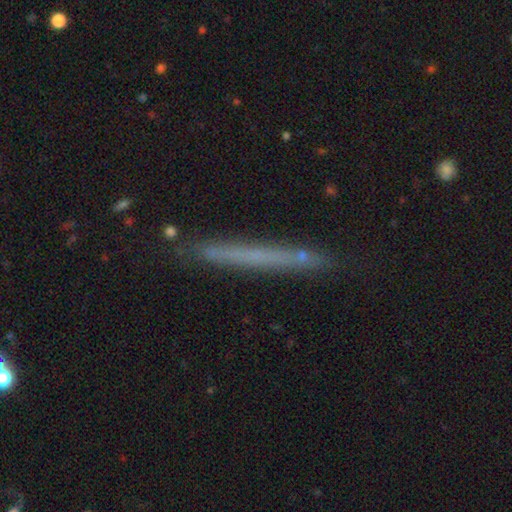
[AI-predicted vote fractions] This appears to be a smooth galaxy with no disk features (50%). Merging: none (85%).